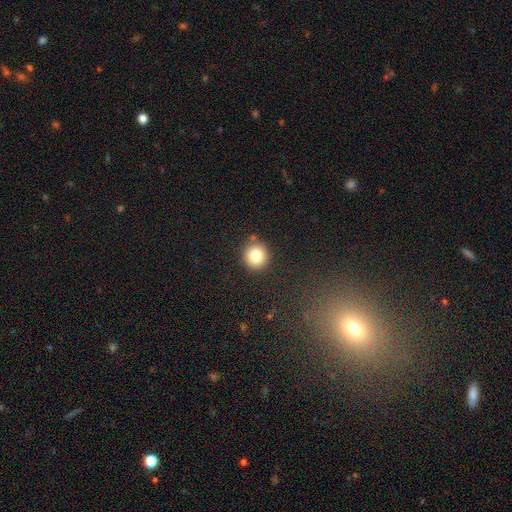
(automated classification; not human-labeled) Smooth or featured? smooth (83%)
How rounded? round (93%)
Merging? none (88%)